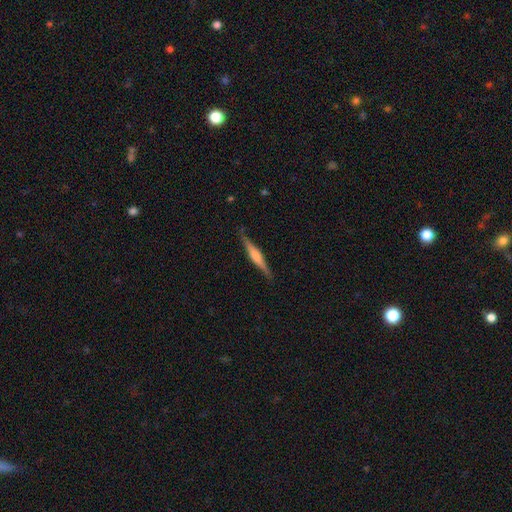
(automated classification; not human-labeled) This is possibly a featured or disk galaxy (57%). It is clearly viewed edge-on (97%). Edge-on bulge: possibly rounded (58%). Merging: clearly none (86%).